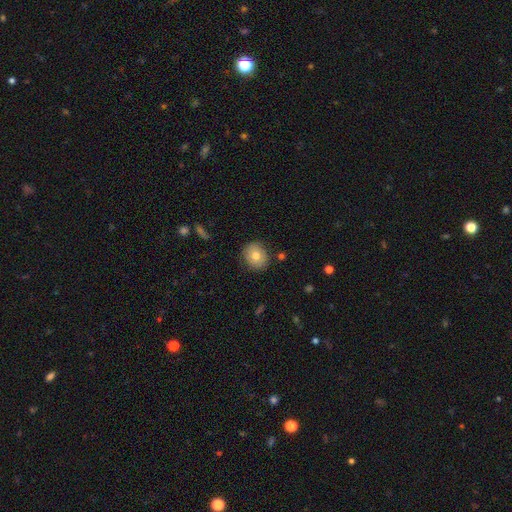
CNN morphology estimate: Smooth or featured? Predicted: smooth (p=0.75). How rounded? Predicted: round (p=0.72). Merging? Predicted: none (p=0.85).